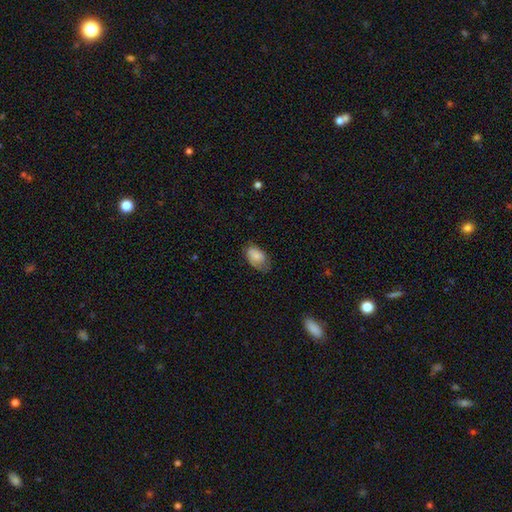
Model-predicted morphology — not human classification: This is likely a smooth galaxy (79%). How rounded: clearly in between (92%). Merging: possibly none (55%).